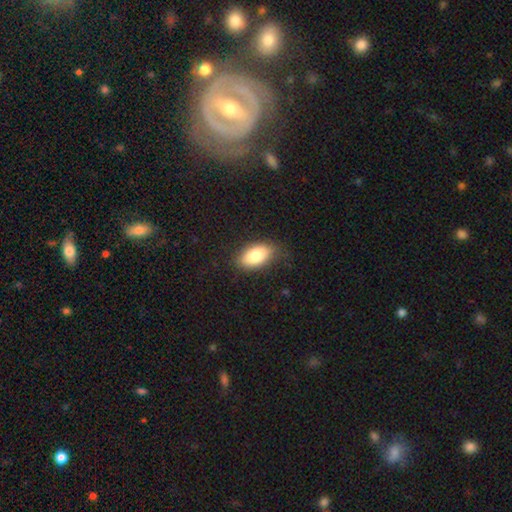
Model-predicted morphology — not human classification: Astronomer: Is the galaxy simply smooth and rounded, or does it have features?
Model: smooth — 84%.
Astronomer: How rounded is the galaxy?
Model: in between — 93%.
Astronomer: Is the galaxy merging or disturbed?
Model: none — 80%.